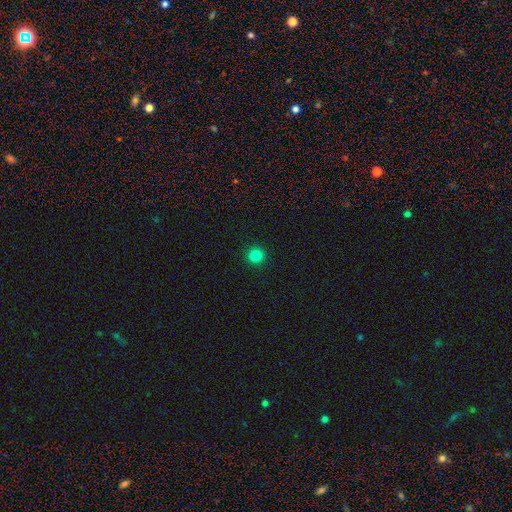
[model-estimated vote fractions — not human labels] Smooth or featured?
  - smooth: 84% *
  - star or artifact: 13%
  - featured or disk: 3%
How rounded?
  - round: 93% *
  - in between: 6%
  - cigar-shaped: 1%
Merging?
  - none: 93% *
  - minor disturbance: 5%
  - major disturbance: 2%
  - merger: 1%